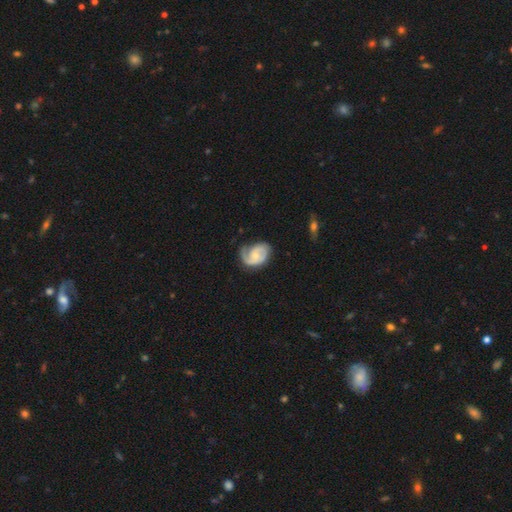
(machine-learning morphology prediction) The model was most divided on "spiral winding": medium: 41%, tight: 40%, loose: 18%. More confident: edge-on disk — no (98%); spiral arms — yes (93%); smooth or featured — featured or disk (75%); bar — no (62%); spiral arm count — 2 (58%); merging — none (55%); bulge size — small (53%).